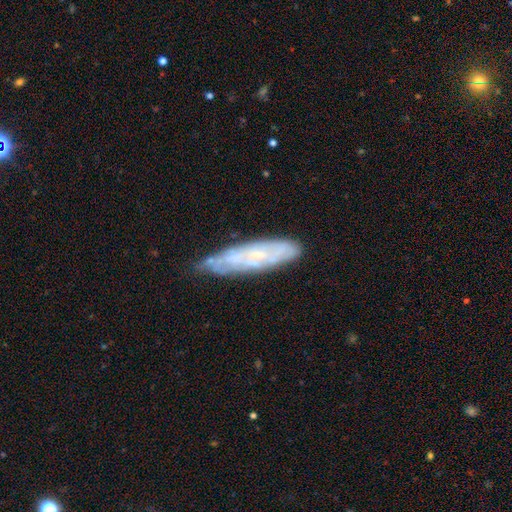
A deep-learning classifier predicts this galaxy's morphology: This is likely a featured or disk galaxy (64%). It is likely not viewed edge-on (66%). Merging: likely none (72%).